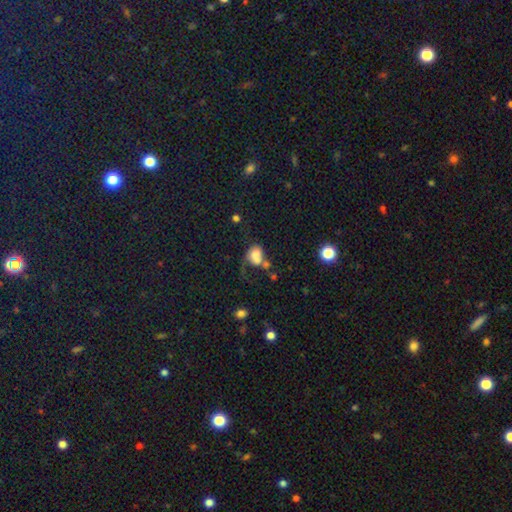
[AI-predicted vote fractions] Overall: smooth (69%). How rounded: in between (54%; round 44%). Merging: merger (37%; major disturbance 26%).